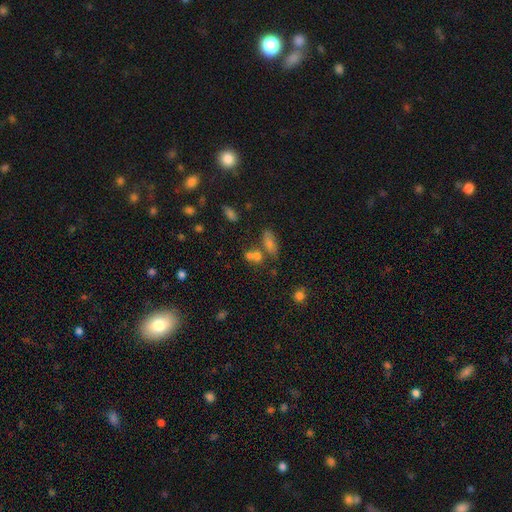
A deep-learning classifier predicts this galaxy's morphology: A smooth galaxy with no disk features (63%) that is in between round and cigar-shaped (61%).

Vote fractions:
- Smooth or featured? smooth: 63% / star or artifact: 21% / featured or disk: 16%
- How rounded? in between: 61% / round: 28% / cigar-shaped: 11%
- Merging? none: 44% / merger: 39% / minor disturbance: 11% / major disturbance: 6%